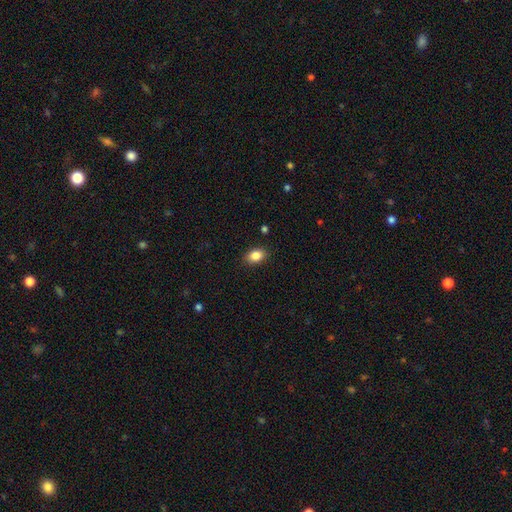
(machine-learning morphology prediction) type=smooth (86%); roundness=in between (78%); merging=none (87%).